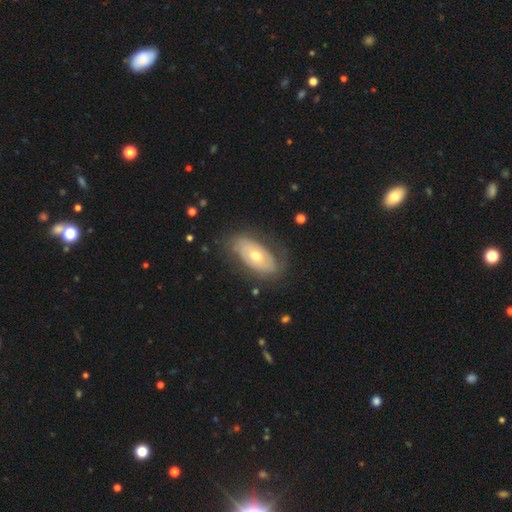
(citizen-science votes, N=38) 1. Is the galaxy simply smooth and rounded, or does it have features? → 68% featured or disk, 26% smooth, 5% star or artifact.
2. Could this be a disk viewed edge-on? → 88% no, 12% yes.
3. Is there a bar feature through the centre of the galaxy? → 87% no, 13% weak, 0% strong.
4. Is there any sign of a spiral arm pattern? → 61% yes, 39% no.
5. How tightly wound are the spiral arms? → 71% tight, 21% medium, 7% loose.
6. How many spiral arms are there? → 57% can't tell, 29% 2, 14% 3, 0% 1, 0% 4, 0% more than 4.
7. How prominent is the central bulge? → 83% moderate, 17% small, 0% dominant, 0% large, 0% none.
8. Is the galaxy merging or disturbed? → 75% none, 19% minor disturbance, 6% major disturbance, 0% merger.